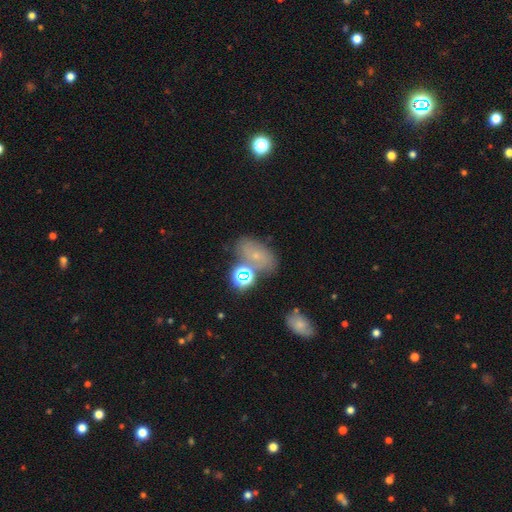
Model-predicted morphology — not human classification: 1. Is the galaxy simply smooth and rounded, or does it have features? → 47% smooth, 29% featured or disk, 25% star or artifact.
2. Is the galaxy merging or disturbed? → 56% none, 18% minor disturbance, 18% merger, 9% major disturbance.